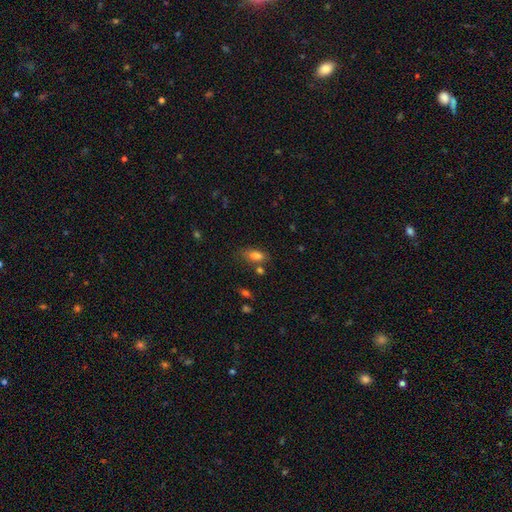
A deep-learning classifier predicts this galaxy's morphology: This appears to be a smooth galaxy with no disk features (82%) that is in between round and cigar-shaped (85%). Merging: none (62%).